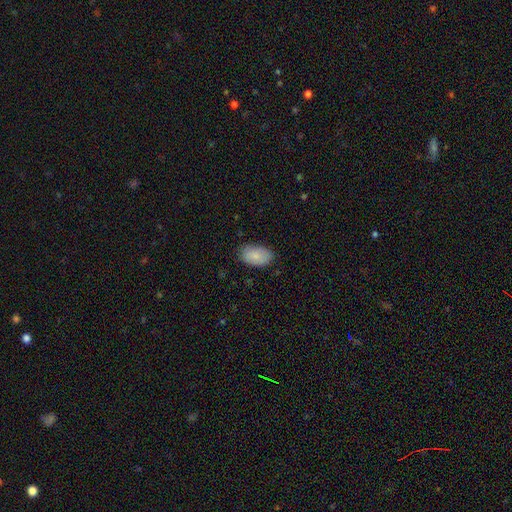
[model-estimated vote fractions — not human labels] The model was most divided on "merging": none: 82%, minor disturbance: 14%, major disturbance: 3%, merger: 1%. More confident: how rounded — in between (92%); smooth or featured — smooth (86%).